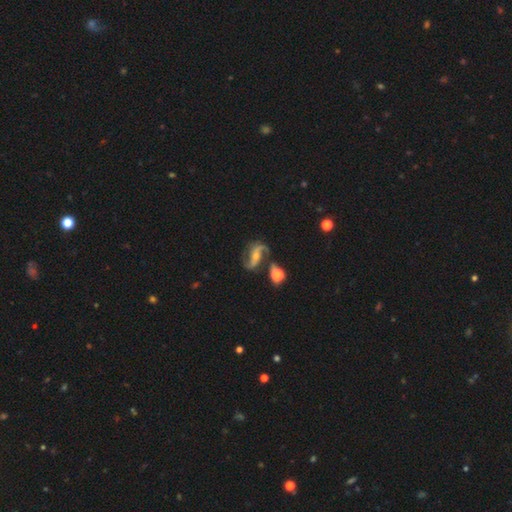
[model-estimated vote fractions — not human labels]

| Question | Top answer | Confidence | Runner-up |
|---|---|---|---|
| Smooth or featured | featured or disk | 88% | smooth (6%) |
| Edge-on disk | no | 97% | yes (3%) |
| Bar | weak | 34% | strong (33%) |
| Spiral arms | yes | 97% | no (3%) |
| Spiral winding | loose | 58% | medium (33%) |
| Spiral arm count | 2 | 92% | can't tell (2%) |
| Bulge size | small | 53% | moderate (41%) |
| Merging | none | 64% | minor disturbance (16%) |